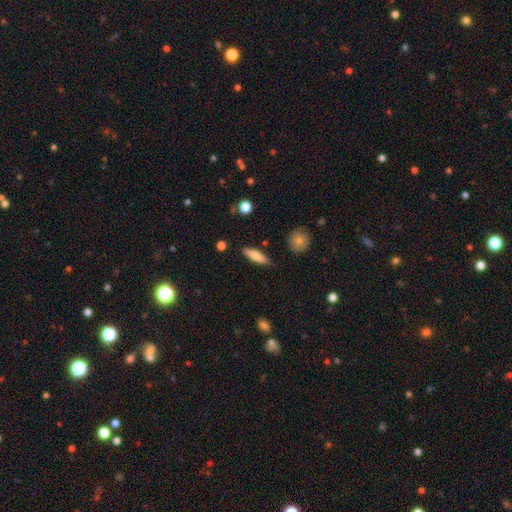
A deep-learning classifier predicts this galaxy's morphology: Overall: smooth (68%). How rounded: cigar-shaped (54%; in between 43%). Merging: none (83%).